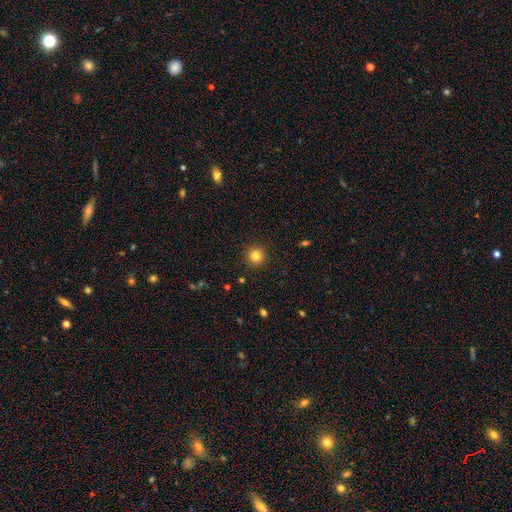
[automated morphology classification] type=smooth (82%); roundness=round (95%); merging=none (92%).